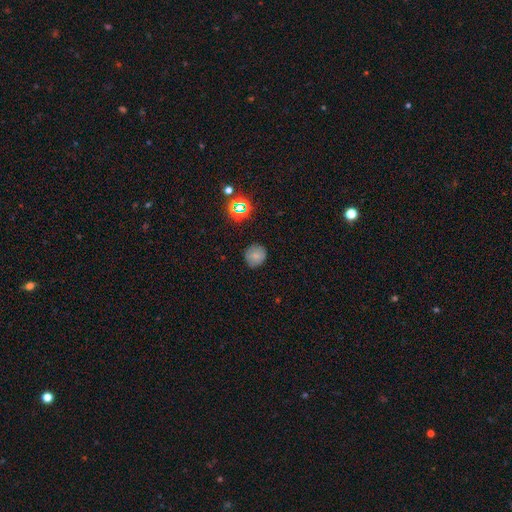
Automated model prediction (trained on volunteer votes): Smooth or featured? Predicted: smooth (p=0.72). How rounded? Predicted: round (p=0.90). Merging? Predicted: none (p=0.83).